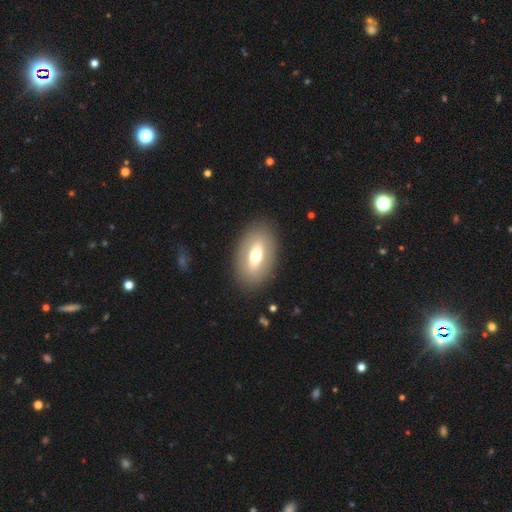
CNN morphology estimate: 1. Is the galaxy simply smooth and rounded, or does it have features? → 60% smooth, 33% featured or disk, 7% star or artifact.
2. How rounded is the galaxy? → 88% in between, 8% round, 3% cigar-shaped.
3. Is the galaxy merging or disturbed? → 87% none, 9% minor disturbance, 4% major disturbance, 1% merger.